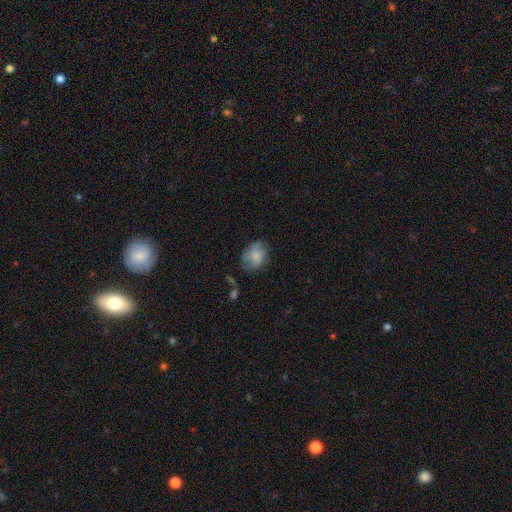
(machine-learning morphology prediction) type=smooth (66%); roundness=in between (58%); merging=none (58%).